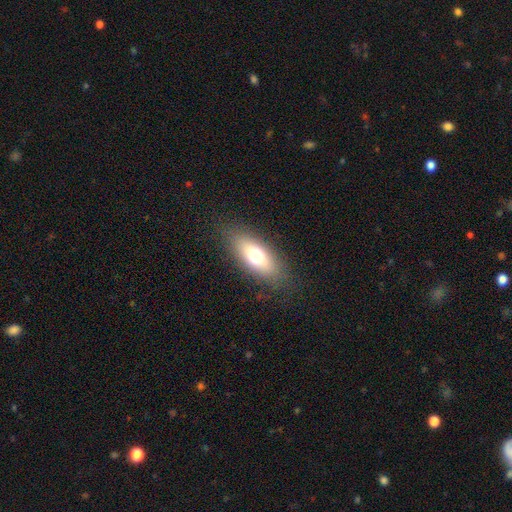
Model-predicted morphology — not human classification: Q: Smooth or featured?
A: smooth (70%); runner-up: featured or disk (21%)
Q: How rounded?
A: in between (76%); runner-up: cigar-shaped (20%)
Q: Merging?
A: none (83%); runner-up: minor disturbance (12%)